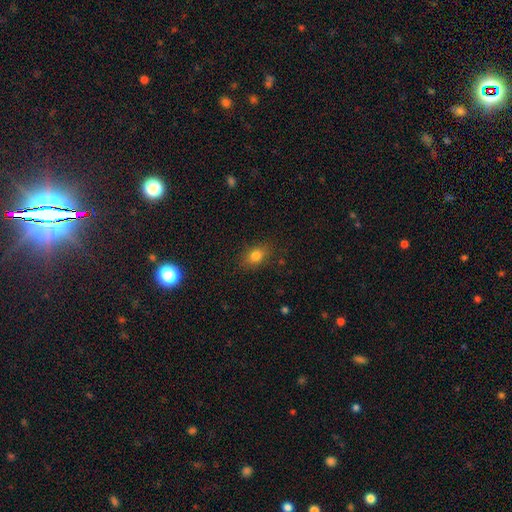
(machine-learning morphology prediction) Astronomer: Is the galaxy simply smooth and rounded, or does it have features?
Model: smooth — 80%.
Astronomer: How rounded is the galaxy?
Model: in between — 75%.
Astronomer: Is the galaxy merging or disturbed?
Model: none — 84%.